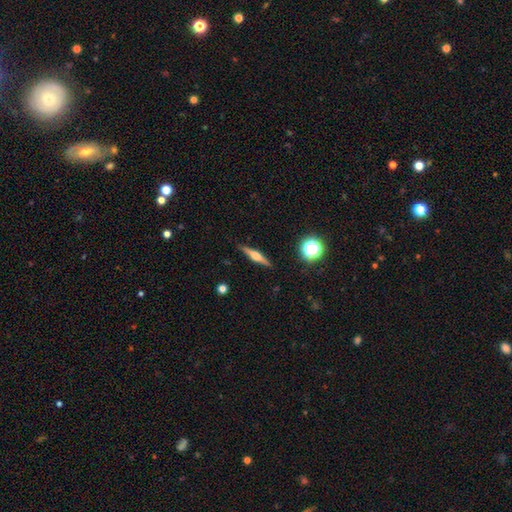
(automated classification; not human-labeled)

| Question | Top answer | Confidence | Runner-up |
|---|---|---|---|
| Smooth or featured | featured or disk | 67% | smooth (25%) |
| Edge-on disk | yes | 97% | no (3%) |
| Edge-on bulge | rounded | 89% | boxy (8%) |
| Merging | none | 90% | minor disturbance (7%) |